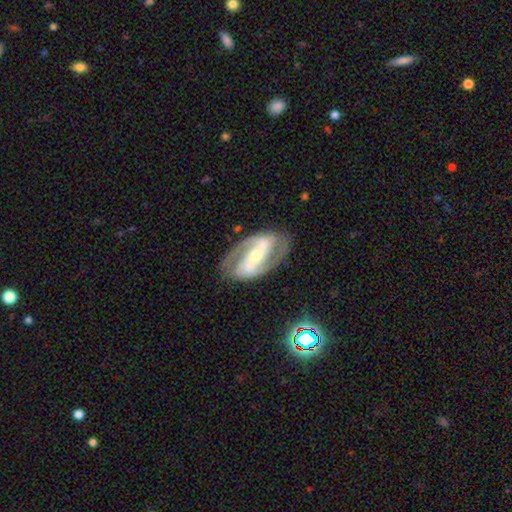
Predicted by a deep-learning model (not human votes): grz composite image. It shows a featured or disk galaxy (88%) with a strong bar (66%), 2 (91%) medium (50%) spiral arms (94%) and a small central bulge (49%). Merging: none (81%).